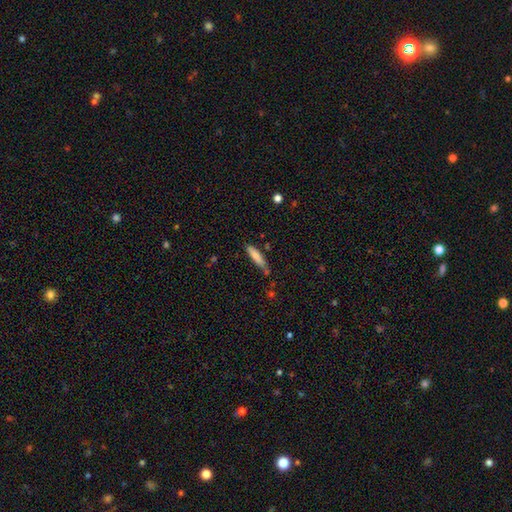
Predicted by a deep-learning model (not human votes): smooth 78%, featured or disk 15%, star or artifact 7%. Down the decision tree: how rounded — cigar-shaped (81%); merging — none (68%).